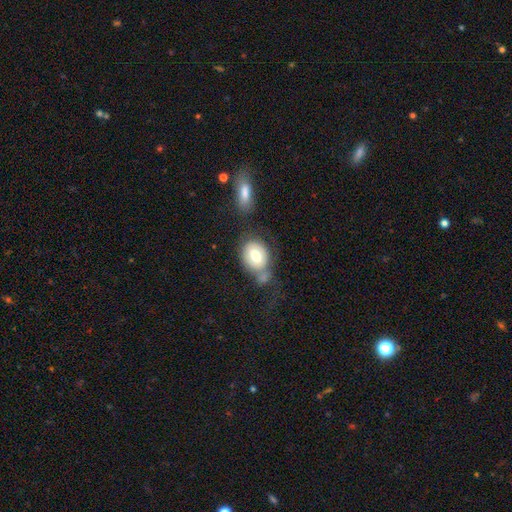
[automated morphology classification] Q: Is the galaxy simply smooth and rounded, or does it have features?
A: smooth — 71%.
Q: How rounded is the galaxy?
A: in between — 59%.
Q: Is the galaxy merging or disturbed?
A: none — 40%.